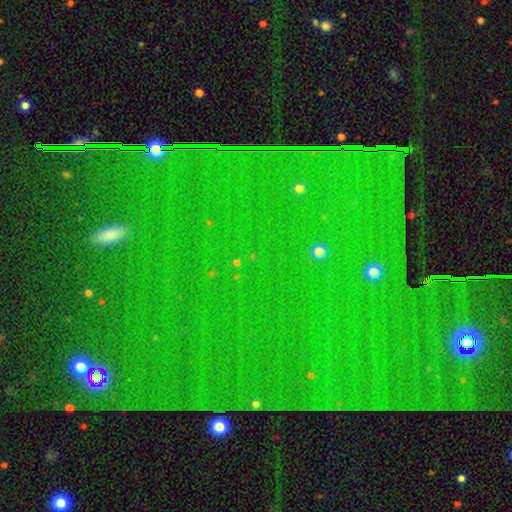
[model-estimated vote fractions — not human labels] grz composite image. It shows a star or artifact, not a galaxy (85%).